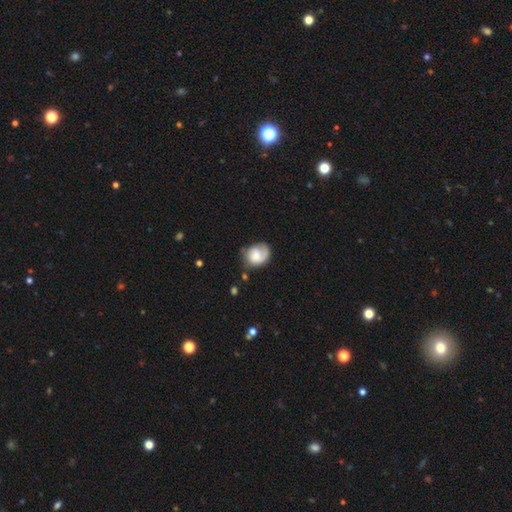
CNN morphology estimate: A featured or disk galaxy (47%). Merging: none (55%).